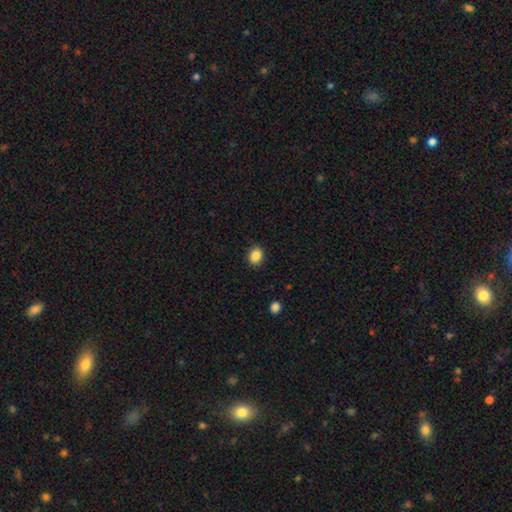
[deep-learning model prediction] smooth_or_featured: smooth (p=0.86) [alt: star or artifact p=0.09]
how_rounded: round (p=0.61) [alt: in between p=0.39]
merging: none (p=0.89) [alt: minor disturbance p=0.08]